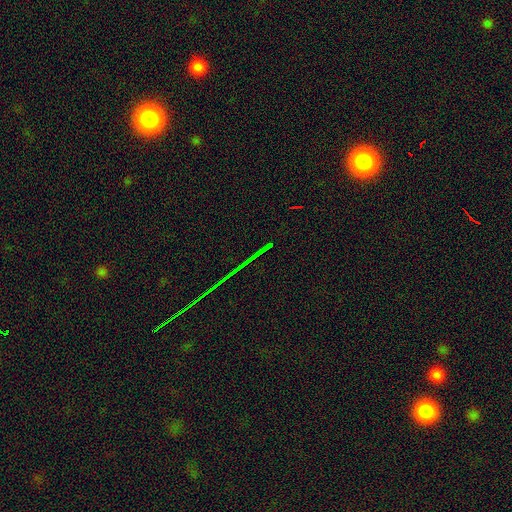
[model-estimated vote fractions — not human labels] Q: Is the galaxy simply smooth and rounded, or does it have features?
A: star or artifact — 80%.